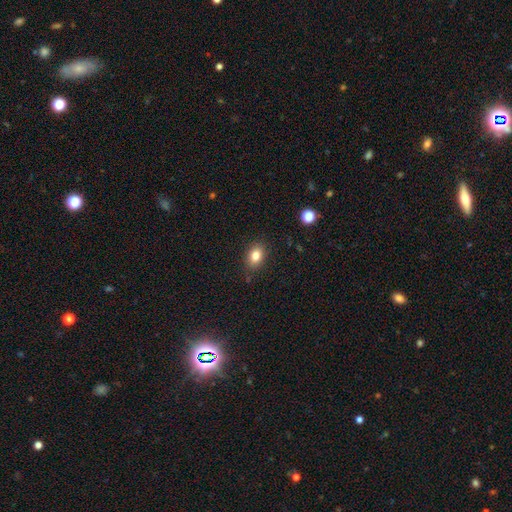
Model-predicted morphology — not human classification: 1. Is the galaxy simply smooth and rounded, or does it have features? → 83% smooth, 10% star or artifact, 7% featured or disk.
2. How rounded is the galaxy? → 75% in between, 24% round, 1% cigar-shaped.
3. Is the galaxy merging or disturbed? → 84% none, 11% minor disturbance, 3% major disturbance, 2% merger.